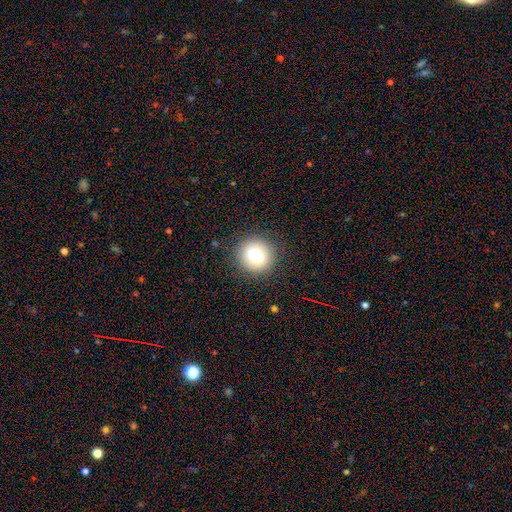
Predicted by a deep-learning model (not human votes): smooth 72%, featured or disk 16%, star or artifact 12%. Down the decision tree: how rounded — round (86%); merging — none (86%).